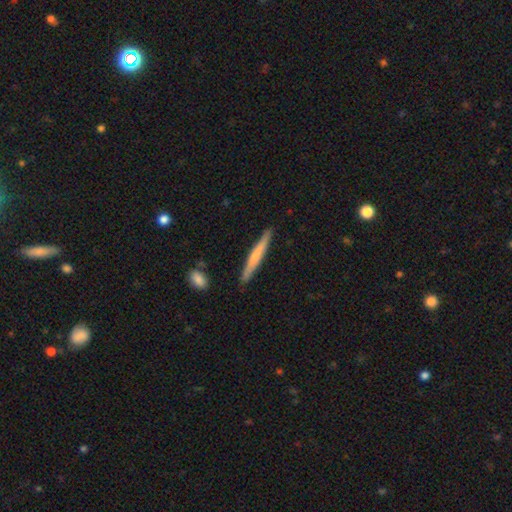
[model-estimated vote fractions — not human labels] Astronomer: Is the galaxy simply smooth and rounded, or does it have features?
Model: smooth — 54% (runner-up: featured or disk, 40%).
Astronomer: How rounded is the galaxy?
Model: cigar-shaped — 96%.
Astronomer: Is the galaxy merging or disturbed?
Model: none — 89%.